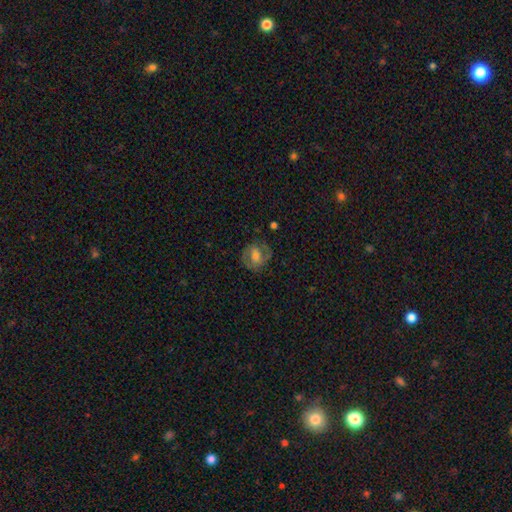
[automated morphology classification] This is possibly a smooth galaxy (48%). Merging: likely none (67%).